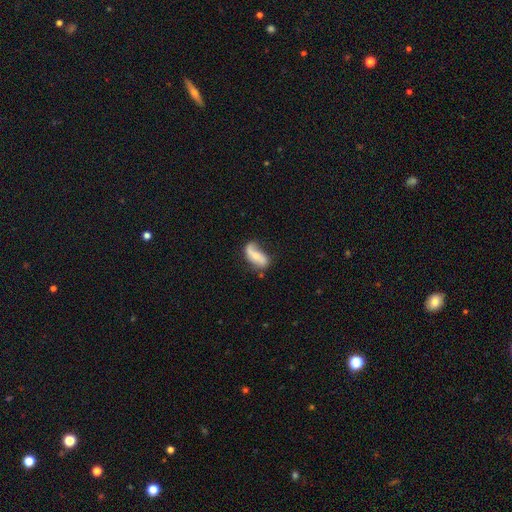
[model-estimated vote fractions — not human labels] featured or disk 54%, smooth 39%, star or artifact 7%. Down the decision tree: edge-on disk — no (92%); merging — none (48%).